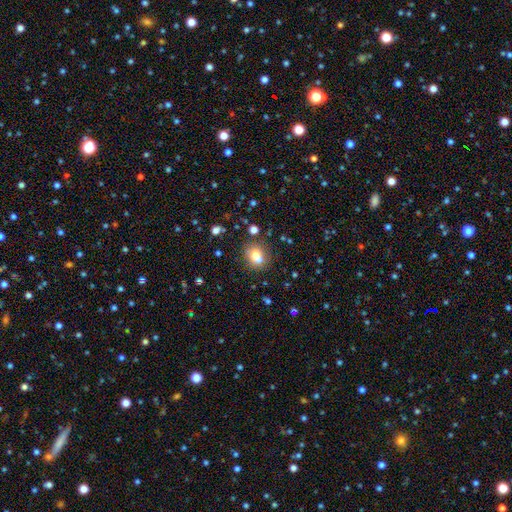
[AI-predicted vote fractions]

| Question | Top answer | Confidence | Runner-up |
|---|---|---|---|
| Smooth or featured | smooth | 71% | featured or disk (16%) |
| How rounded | round | 62% | in between (37%) |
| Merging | none | 58% | merger (23%) |